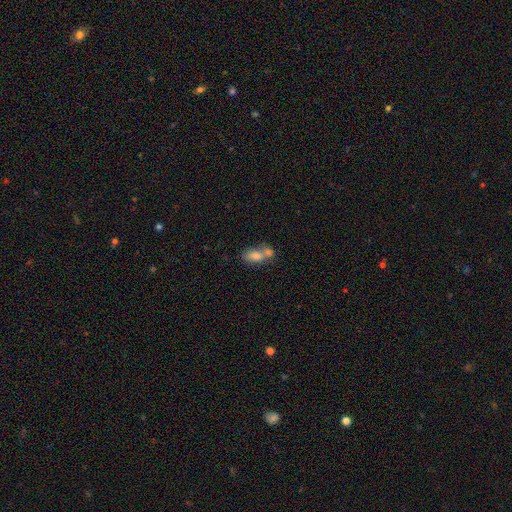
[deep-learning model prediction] smooth-or-featured: smooth: 76% | featured or disk: 14% | star or artifact: 10%
  how-rounded: in between: 85% | round: 9% | cigar-shaped: 6%
  merging: merger: 54% | none: 30% | minor disturbance: 11% | major disturbance: 5%